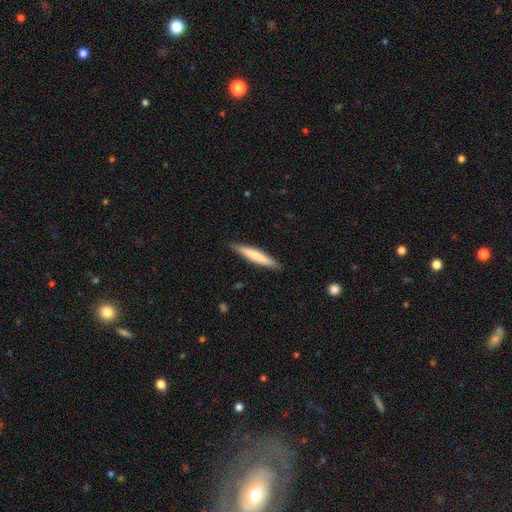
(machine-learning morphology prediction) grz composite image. It shows a smooth galaxy with no disk features (72%) that is cigar-shaped (92%). Merging: none (90%).